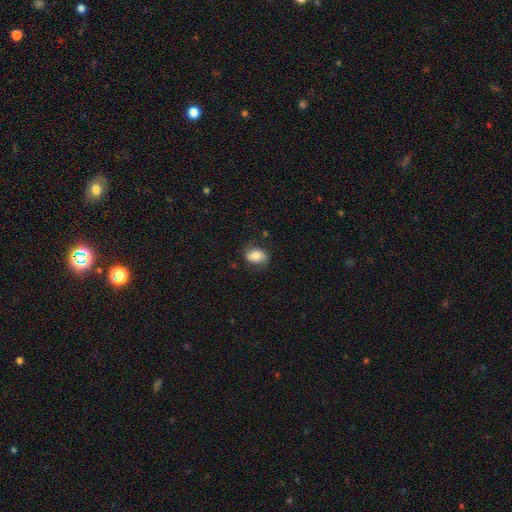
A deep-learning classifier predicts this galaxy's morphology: A smooth galaxy with no disk features (77%) that is in between round and cigar-shaped (73%).

Vote fractions:
- Smooth or featured? smooth: 77% / featured or disk: 15% / star or artifact: 8%
- How rounded? in between: 73% / round: 26% / cigar-shaped: 1%
- Merging? none: 72% / minor disturbance: 21% / major disturbance: 6% / merger: 1%